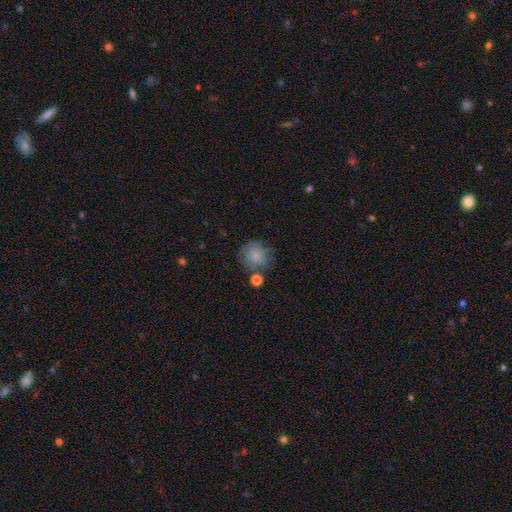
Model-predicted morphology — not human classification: Smooth or featured?
  - smooth: 80% *
  - featured or disk: 11%
  - star or artifact: 9%
How rounded?
  - round: 86% *
  - in between: 13%
  - cigar-shaped: 1%
Merging?
  - none: 63% *
  - minor disturbance: 19%
  - merger: 9%
  - major disturbance: 8%